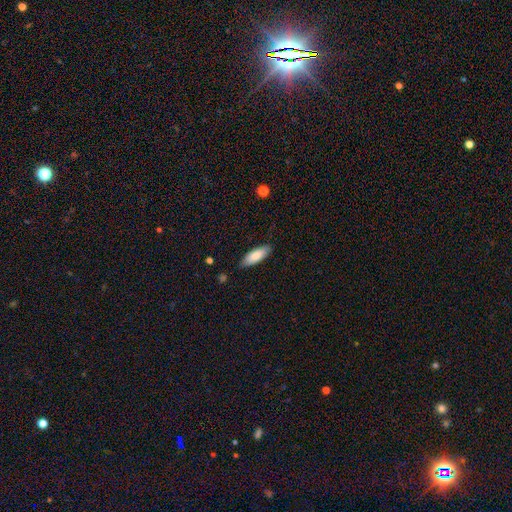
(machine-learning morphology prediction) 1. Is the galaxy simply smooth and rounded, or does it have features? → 82% smooth, 12% featured or disk, 6% star or artifact.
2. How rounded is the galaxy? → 64% in between, 34% cigar-shaped, 2% round.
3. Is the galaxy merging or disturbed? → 83% none, 13% minor disturbance, 2% major disturbance, 1% merger.